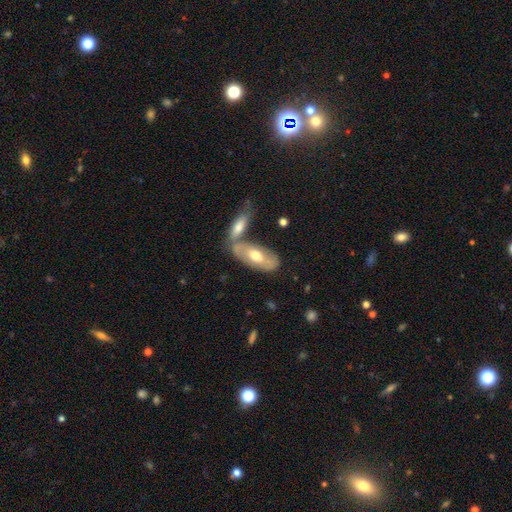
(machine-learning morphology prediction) type=smooth (49%); merging=none (45%).